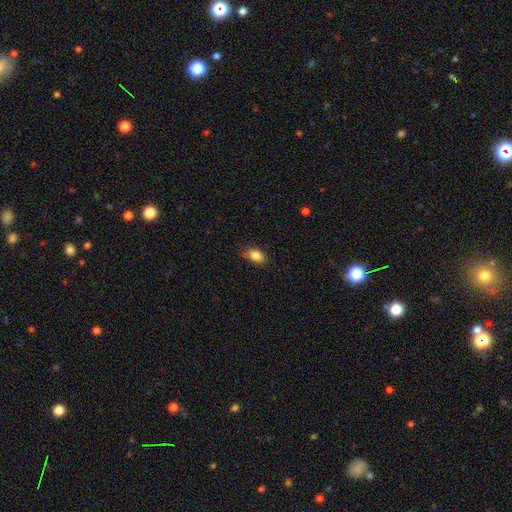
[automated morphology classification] type=smooth (83%); roundness=in between (88%); merging=none (77%).